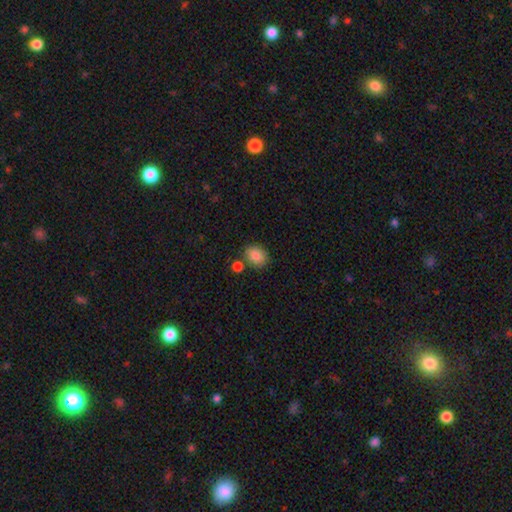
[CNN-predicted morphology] Overall: smooth (85%). How rounded: in between (54%; round 45%). Merging: none (77%).